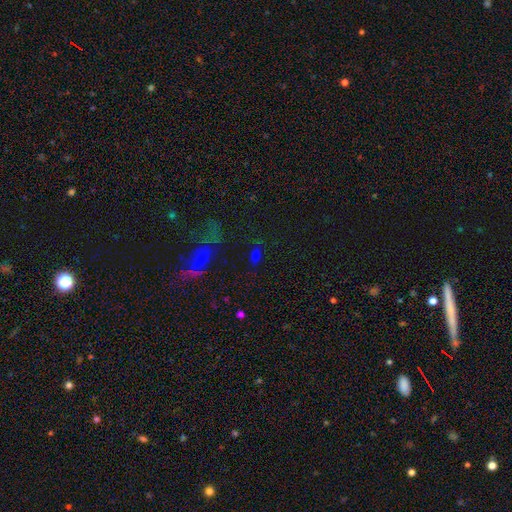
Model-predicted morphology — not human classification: smooth-or-featured: smooth: 55% | star or artifact: 33% | featured or disk: 13%
  how-rounded: in between: 79% | round: 15% | cigar-shaped: 6%
  merging: none: 70% | minor disturbance: 15% | major disturbance: 9% | merger: 6%